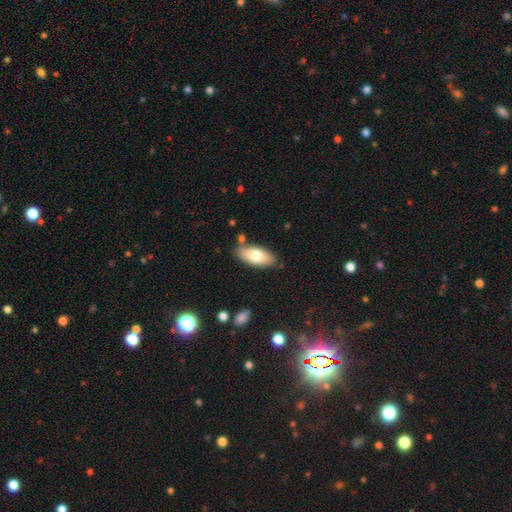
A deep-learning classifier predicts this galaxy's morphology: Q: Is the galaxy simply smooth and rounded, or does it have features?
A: smooth — 76%.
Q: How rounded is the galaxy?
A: in between — 87%.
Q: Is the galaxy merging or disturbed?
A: none — 80%.